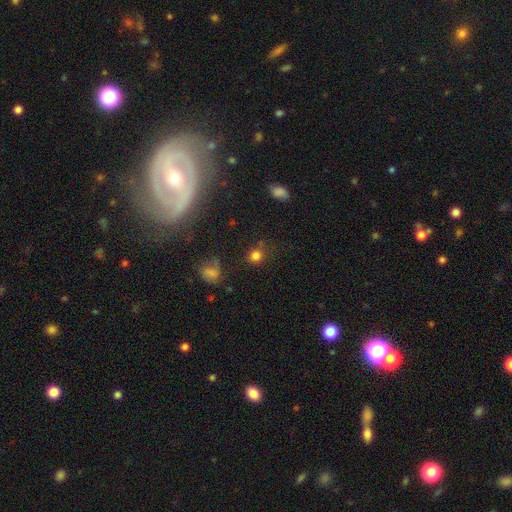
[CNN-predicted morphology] This appears to be a smooth galaxy with no disk features (79%) that is round (87%). Merging: none (74%).